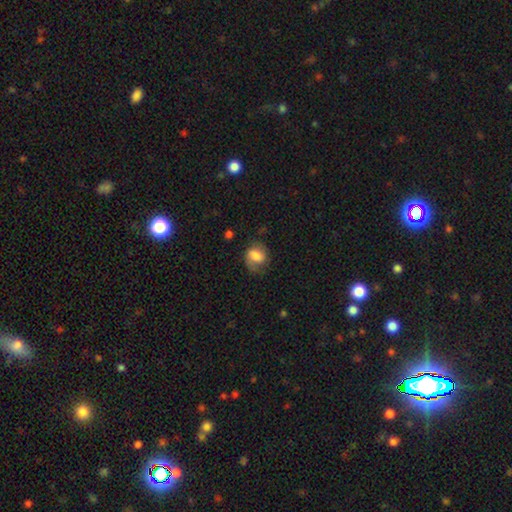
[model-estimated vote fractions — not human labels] Overall: smooth (62%; featured or disk 30%). How rounded: round (51%; in between 47%). Merging: none (56%; minor disturbance 27%).